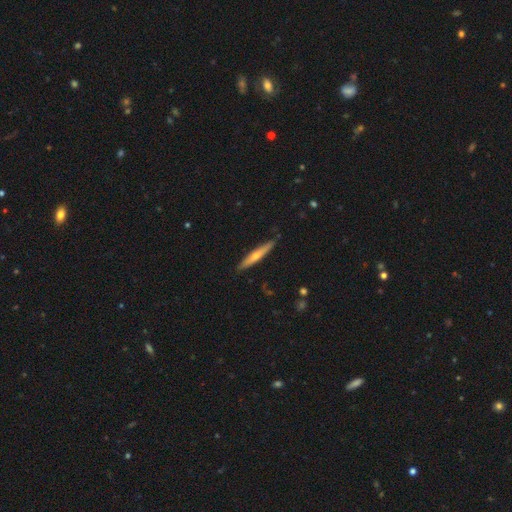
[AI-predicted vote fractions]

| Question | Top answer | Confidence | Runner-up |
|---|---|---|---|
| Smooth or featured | featured or disk | 56% | smooth (38%) |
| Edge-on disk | yes | 94% | no (6%) |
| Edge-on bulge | rounded | 80% | none (17%) |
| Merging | none | 86% | minor disturbance (11%) |